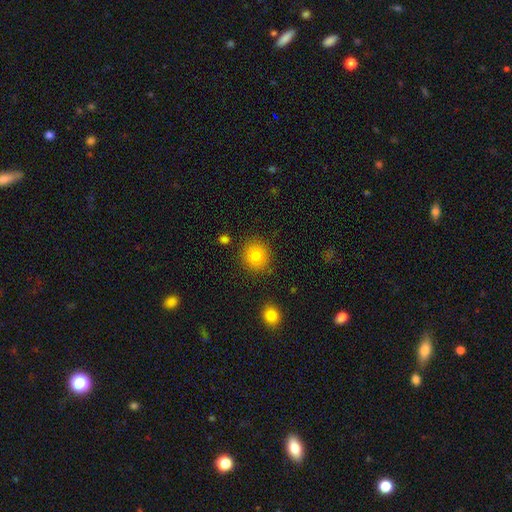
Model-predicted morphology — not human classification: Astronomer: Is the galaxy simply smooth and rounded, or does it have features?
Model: smooth — 82%.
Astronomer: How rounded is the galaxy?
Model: round — 89%.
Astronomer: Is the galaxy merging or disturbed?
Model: none — 88%.